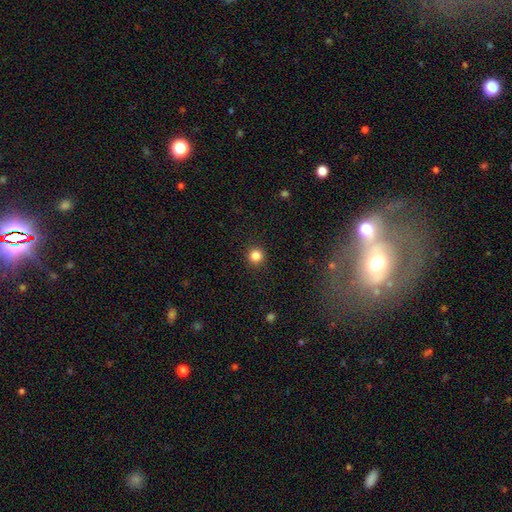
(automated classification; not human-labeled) This appears to be a smooth galaxy with no disk features (85%) that is round (94%). Merging: none (92%).